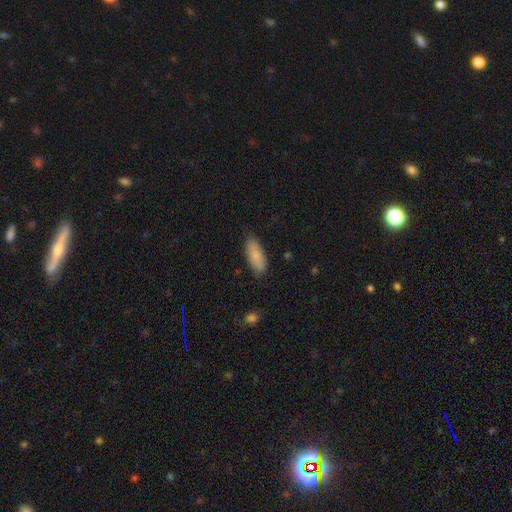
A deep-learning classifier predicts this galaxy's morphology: The model was most divided on "how rounded": in between: 72%, cigar-shaped: 26%, round: 2%. More confident: smooth or featured — smooth (85%); merging — none (83%).